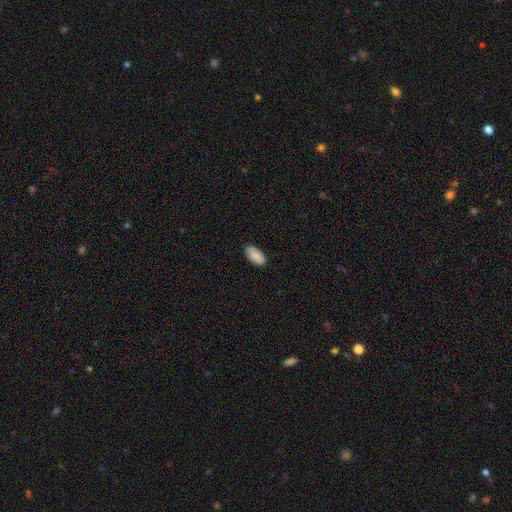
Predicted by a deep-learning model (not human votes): Smooth or featured?
  - smooth: 88% *
  - star or artifact: 6%
  - featured or disk: 6%
How rounded?
  - in between: 92% *
  - cigar-shaped: 6%
  - round: 2%
Merging?
  - none: 86% *
  - minor disturbance: 11%
  - major disturbance: 2%
  - merger: 1%